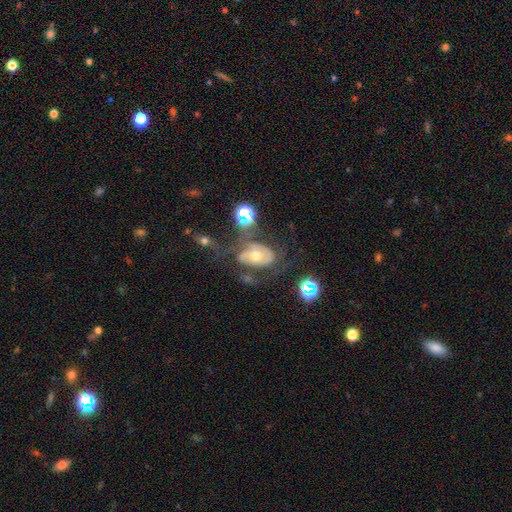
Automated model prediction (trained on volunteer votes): Q: Smooth or featured?
A: featured or disk (62%); runner-up: smooth (24%)
Q: Edge-on disk?
A: no (95%); runner-up: yes (5%)
Q: Bar?
A: no (68%); runner-up: weak (21%)
Q: Spiral arms?
A: yes (69%); runner-up: no (31%)
Q: Bulge size?
A: moderate (62%); runner-up: small (29%)
Q: Merging?
A: none (37%); runner-up: major disturbance (31%)